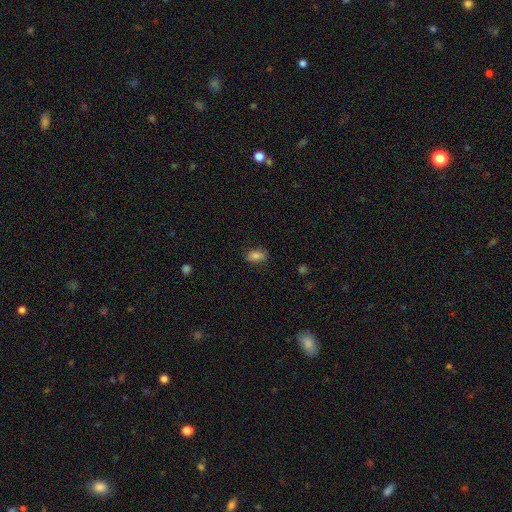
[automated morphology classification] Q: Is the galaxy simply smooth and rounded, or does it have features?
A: smooth — 81%.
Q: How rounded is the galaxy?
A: in between — 87%.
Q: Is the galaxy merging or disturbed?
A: none — 78%.